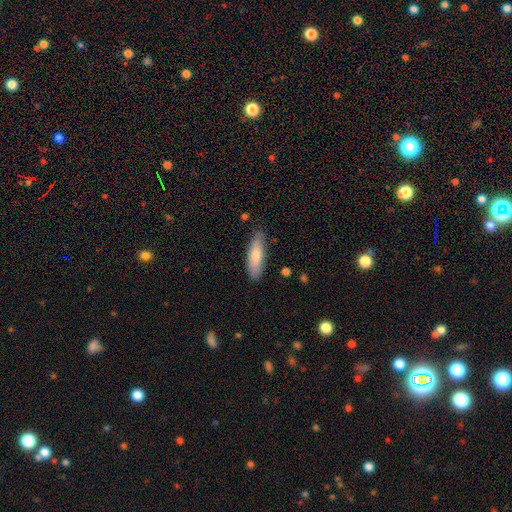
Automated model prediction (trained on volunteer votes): smooth 81%, featured or disk 14%, star or artifact 5%. Down the decision tree: how rounded — cigar-shaped (51%); merging — none (82%).